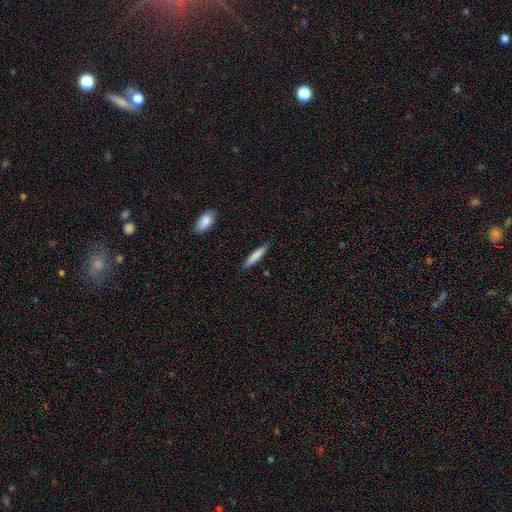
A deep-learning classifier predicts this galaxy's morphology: type=smooth (80%); roundness=cigar-shaped (86%); merging=none (85%).